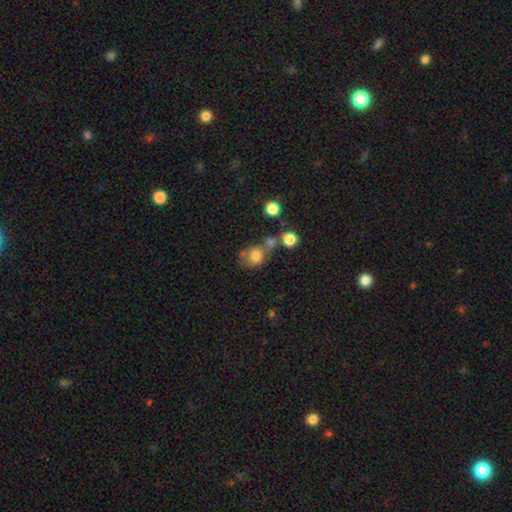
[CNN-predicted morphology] type=smooth (76%); roundness=round (62%); merging=none (43%).